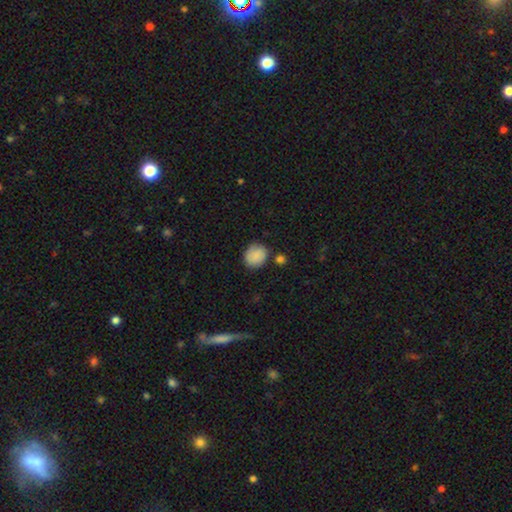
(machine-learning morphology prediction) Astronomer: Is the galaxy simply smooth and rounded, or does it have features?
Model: smooth — 85%.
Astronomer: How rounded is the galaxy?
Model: round — 77%.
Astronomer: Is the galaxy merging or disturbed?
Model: none — 75%.